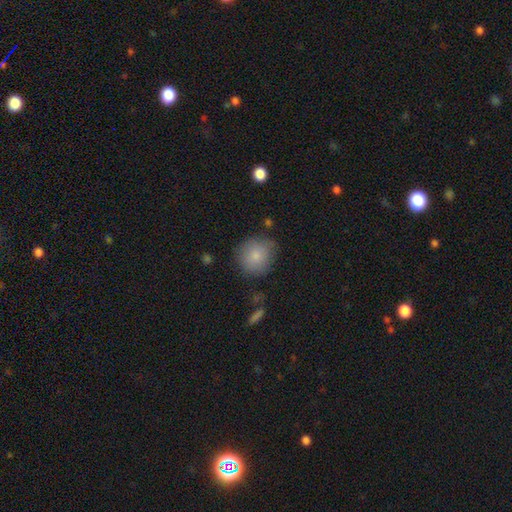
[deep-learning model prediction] Smooth or featured?
  - smooth: 84% *
  - featured or disk: 8%
  - star or artifact: 8%
How rounded?
  - round: 86% *
  - in between: 13%
  - cigar-shaped: 1%
Merging?
  - none: 74% *
  - minor disturbance: 19%
  - major disturbance: 5%
  - merger: 2%